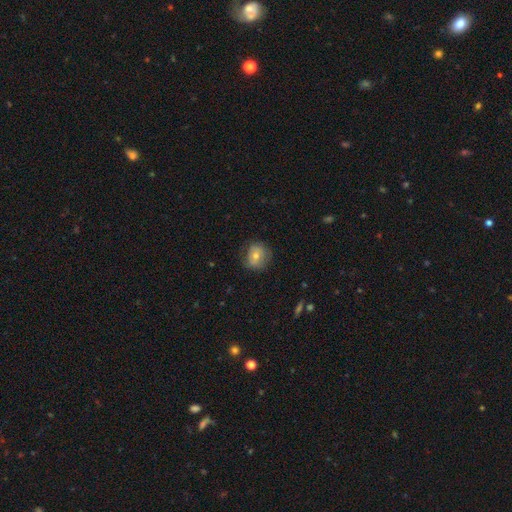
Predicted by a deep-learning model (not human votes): Smooth or featured: smooth — 59% (featured or disk — 30%)
How rounded: round — 79% (in between — 20%)
Merging: none — 76% (minor disturbance — 18%)